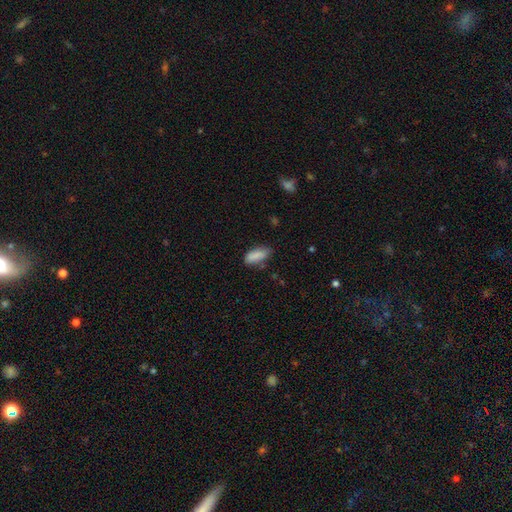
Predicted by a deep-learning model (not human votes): smooth 85%, star or artifact 8%, featured or disk 7%. Down the decision tree: how rounded — in between (81%); merging — none (63%).